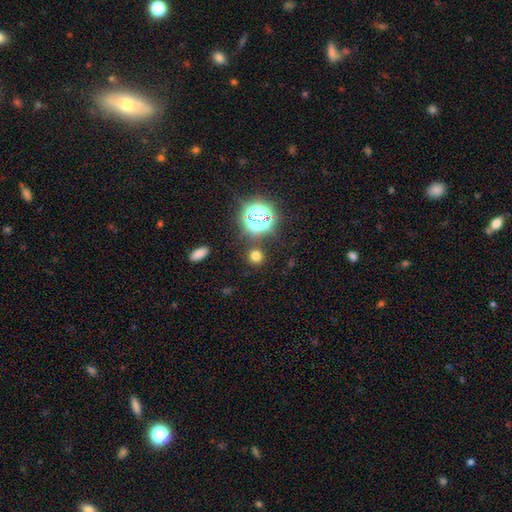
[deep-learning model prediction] smooth 68%, star or artifact 26%, featured or disk 6%. Down the decision tree: how rounded — round (90%); merging — none (85%).